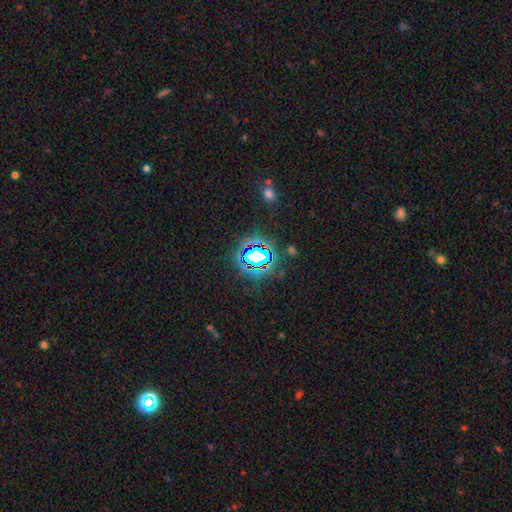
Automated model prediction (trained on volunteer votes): A star or artifact, not a galaxy (79%).